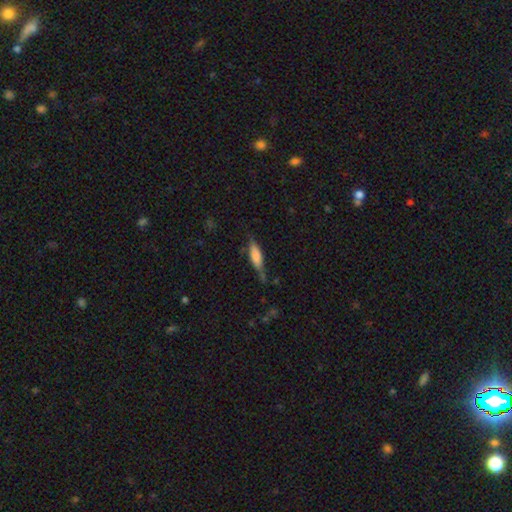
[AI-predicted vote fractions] smooth 66%, featured or disk 27%, star or artifact 7%. Down the decision tree: how rounded — cigar-shaped (57%); merging — none (59%).